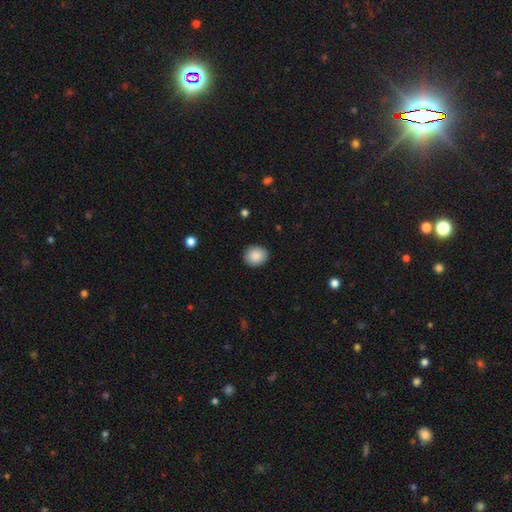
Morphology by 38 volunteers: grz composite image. It shows a smooth galaxy with no disk features (92%) that is round (74%). Merging: none (92%).